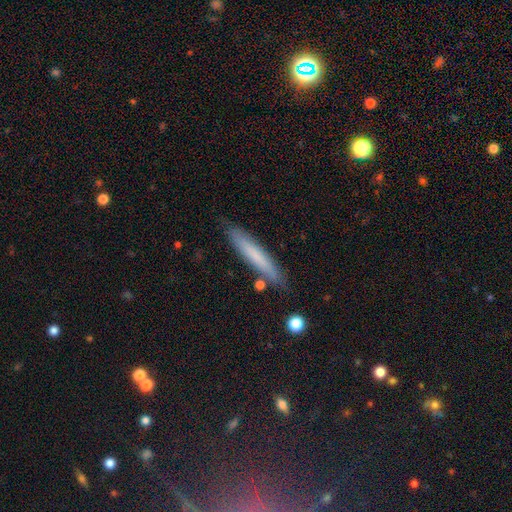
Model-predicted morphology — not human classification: Q: Smooth or featured?
A: smooth (67%); runner-up: featured or disk (26%)
Q: How rounded?
A: cigar-shaped (94%); runner-up: in between (5%)
Q: Merging?
A: none (84%); runner-up: minor disturbance (11%)